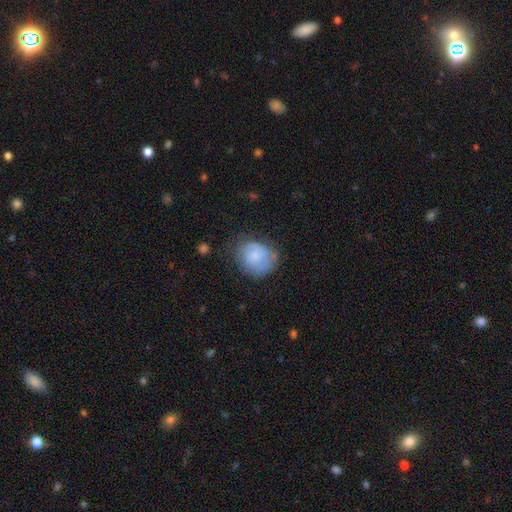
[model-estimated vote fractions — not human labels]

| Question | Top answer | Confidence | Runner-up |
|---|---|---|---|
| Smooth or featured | smooth | 64% | featured or disk (28%) |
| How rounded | round | 68% | in between (31%) |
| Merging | none | 61% | minor disturbance (26%) |